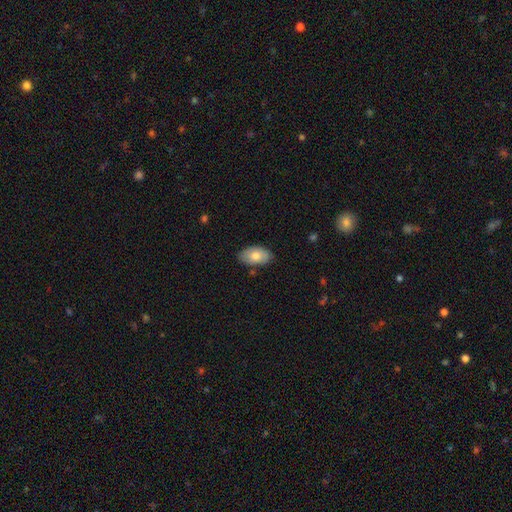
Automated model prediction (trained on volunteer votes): Q: Smooth or featured?
A: smooth (78%); runner-up: featured or disk (16%)
Q: How rounded?
A: in between (94%); runner-up: round (5%)
Q: Merging?
A: none (82%); runner-up: minor disturbance (14%)